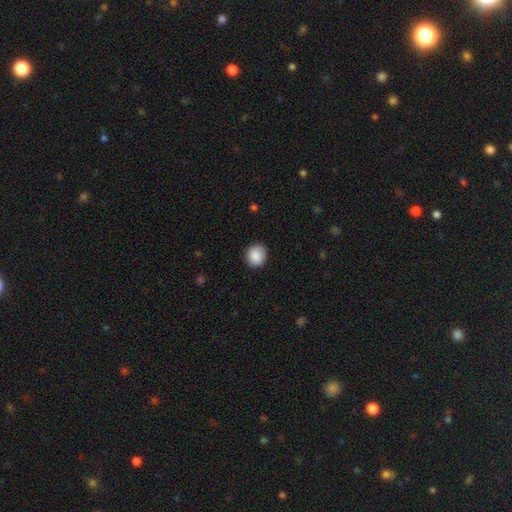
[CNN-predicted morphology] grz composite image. It shows a smooth galaxy with no disk features (88%) that is round (88%). Merging: none (90%).